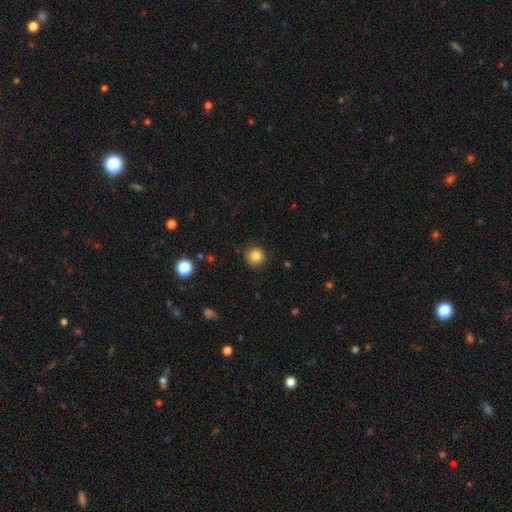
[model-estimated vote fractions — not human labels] A smooth galaxy with no disk features (84%) that is round (94%). Merging: none (88%).